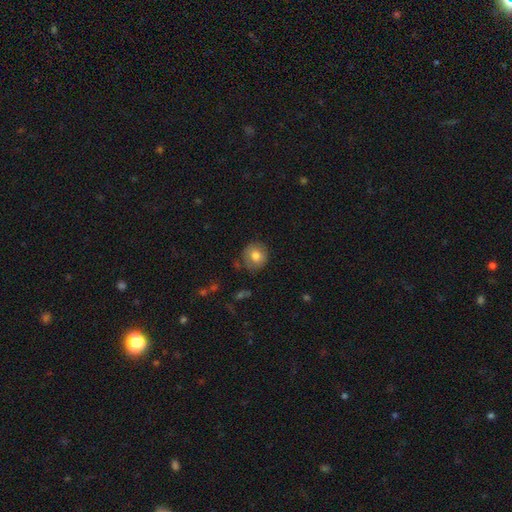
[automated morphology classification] A smooth galaxy with no disk features (78%) that is round (86%).

Vote fractions:
- Smooth or featured? smooth: 78% / featured or disk: 13% / star or artifact: 9%
- How rounded? round: 86% / in between: 13% / cigar-shaped: 1%
- Merging? none: 81% / minor disturbance: 14% / major disturbance: 3% / merger: 2%